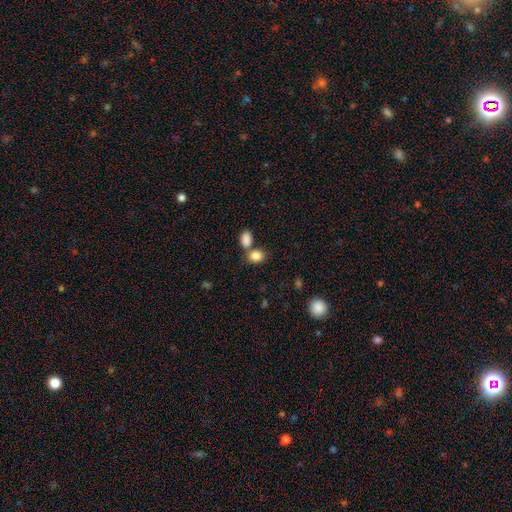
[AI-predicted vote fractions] Morphology: type=smooth (85%); roundness=in between (62%); merging=none (53%).